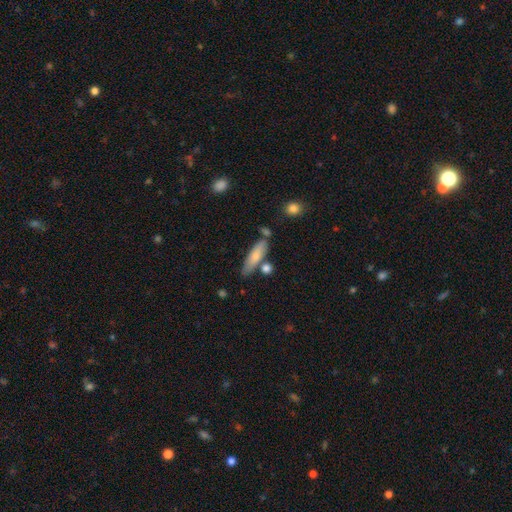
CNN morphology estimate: This is likely a smooth galaxy (73%). How rounded: likely cigar-shaped (63%). Merging: likely none (67%).